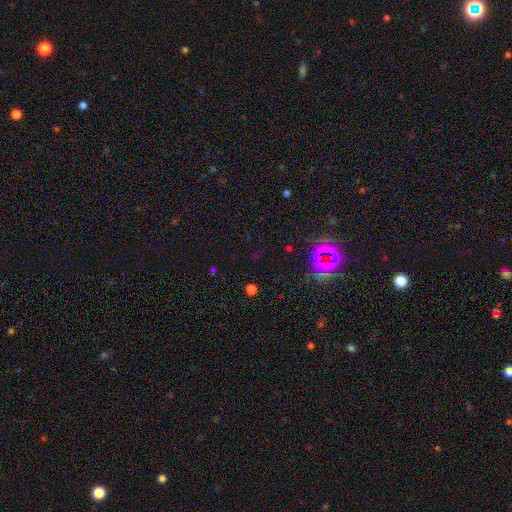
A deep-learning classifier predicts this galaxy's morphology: The model was most divided on "smooth or featured": star or artifact: 61%, smooth: 31%, featured or disk: 8%.